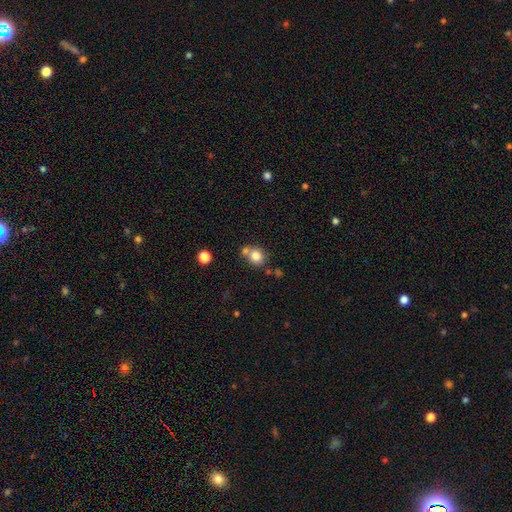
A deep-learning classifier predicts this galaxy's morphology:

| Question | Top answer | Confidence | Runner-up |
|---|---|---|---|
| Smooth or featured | smooth | 80% | star or artifact (11%) |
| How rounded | round | 77% | in between (22%) |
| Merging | none | 58% | merger (28%) |